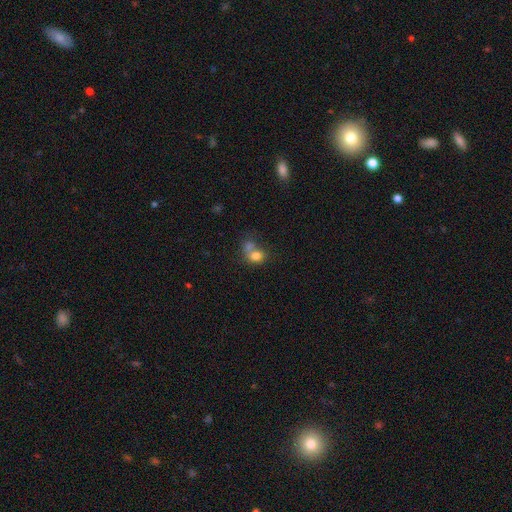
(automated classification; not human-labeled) Smooth or featured? smooth (76%)
How rounded? round (57%)
Merging? merger (54%)